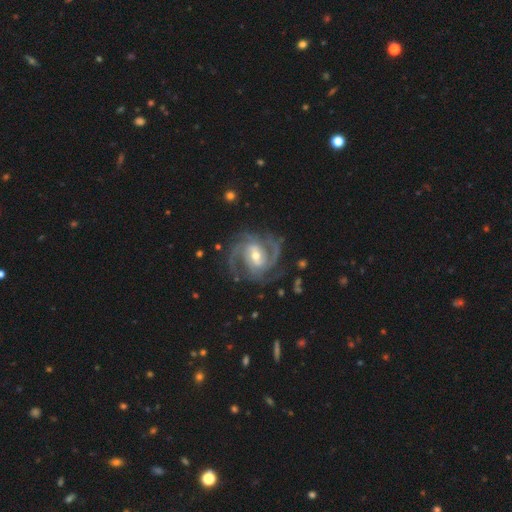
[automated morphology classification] Smooth or featured?
  - featured or disk: 93% *
  - star or artifact: 4%
  - smooth: 3%
Edge-on disk?
  - no: 98% *
  - yes: 2%
Bar?
  - weak: 47% *
  - no: 28%
  - strong: 26%
Spiral arms?
  - yes: 98% *
  - no: 2%
Spiral winding?
  - tight: 48% *
  - medium: 45%
  - loose: 7%
Spiral arm count?
  - 3: 40% *
  - 2: 30%
  - 4: 11%
  - can't tell: 9%
  - more than 4: 5%
  - 1: 5%
Bulge size?
  - moderate: 58% *
  - small: 36%
  - large: 4%
  - none: 1%
  - dominant: 1%
Merging?
  - none: 77% *
  - minor disturbance: 15%
  - major disturbance: 7%
  - merger: 1%